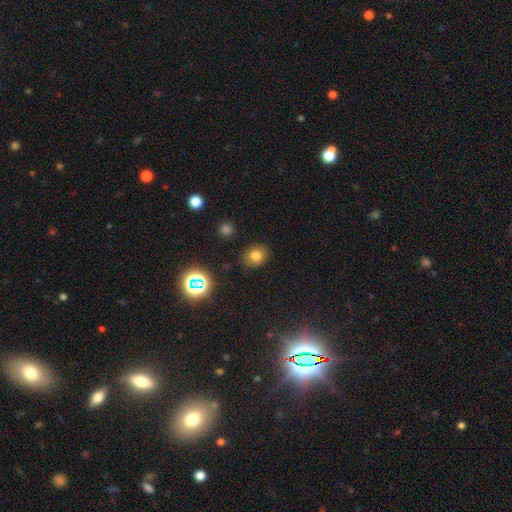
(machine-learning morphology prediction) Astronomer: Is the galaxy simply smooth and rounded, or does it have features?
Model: smooth — 74%.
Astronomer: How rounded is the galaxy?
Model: round — 68%.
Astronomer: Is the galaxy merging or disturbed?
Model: none — 83%.